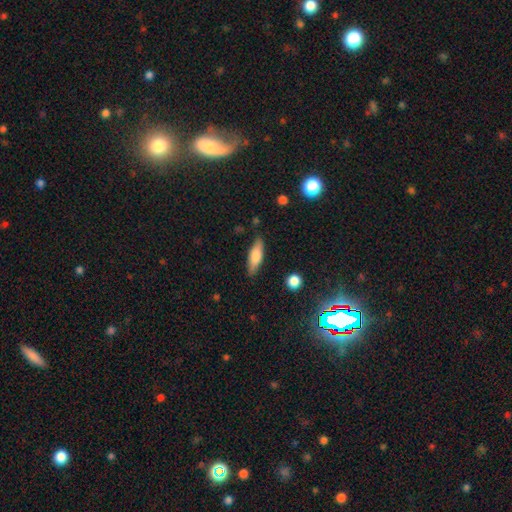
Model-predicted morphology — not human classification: This appears to be a smooth galaxy with no disk features (68%) that is in between round and cigar-shaped (49%). Merging: none (82%).